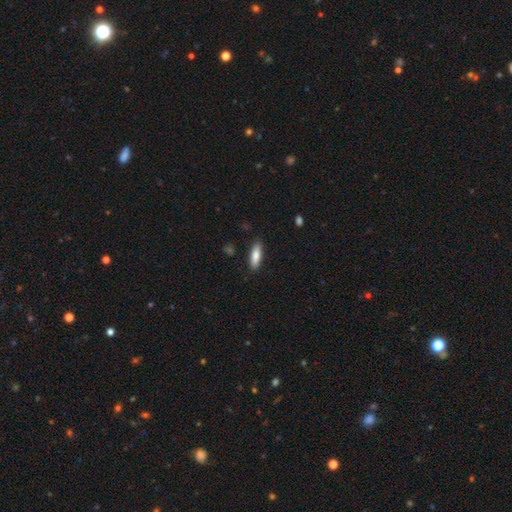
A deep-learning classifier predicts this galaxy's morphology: type=smooth (82%); roundness=in between (52%); merging=none (87%).